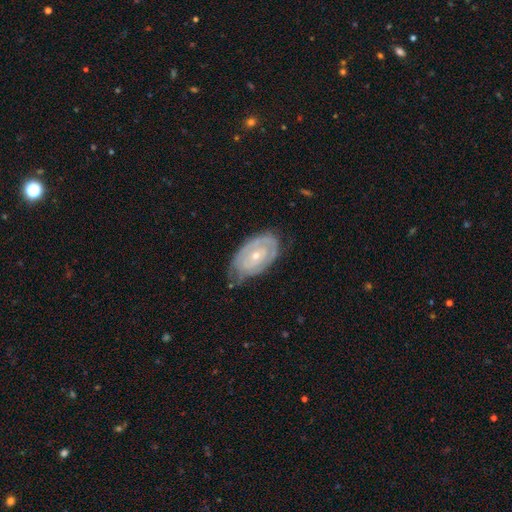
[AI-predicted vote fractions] A featured or disk galaxy (76%) with no bar (70%), tight (75%) spiral arms (77%) and a small central bulge (60%). Merging: none (58%).